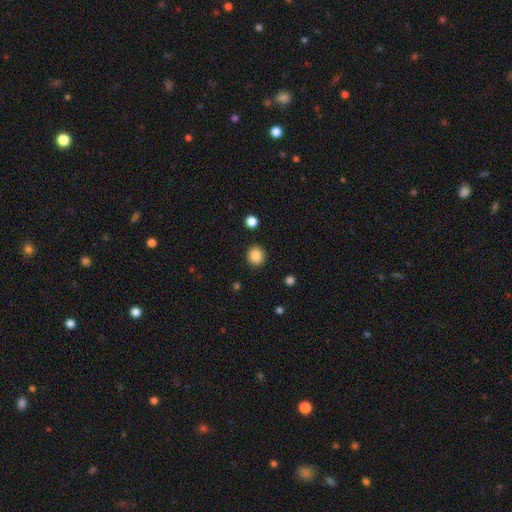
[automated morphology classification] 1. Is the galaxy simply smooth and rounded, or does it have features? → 87% smooth, 10% star or artifact, 3% featured or disk.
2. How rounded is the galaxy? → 87% round, 12% in between, 1% cigar-shaped.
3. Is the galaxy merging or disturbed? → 90% none, 7% minor disturbance, 2% major disturbance, 2% merger.